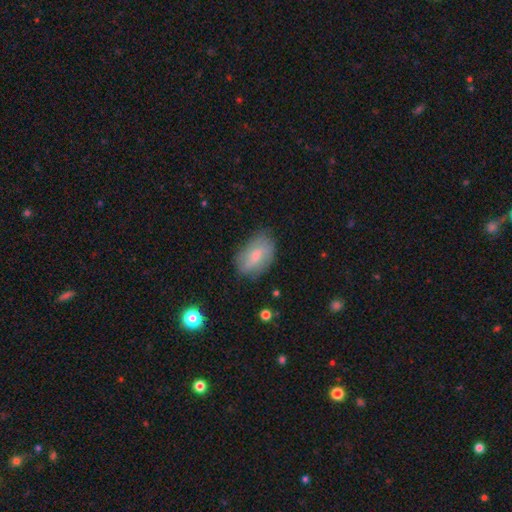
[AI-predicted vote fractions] Overall: smooth (63%; featured or disk 30%). How rounded: in between (91%). Merging: none (72%).